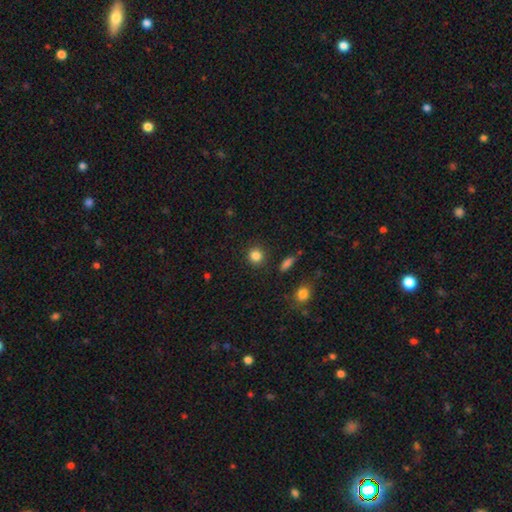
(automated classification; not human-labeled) A smooth galaxy with no disk features (84%) that is round (90%). Merging: none (89%).